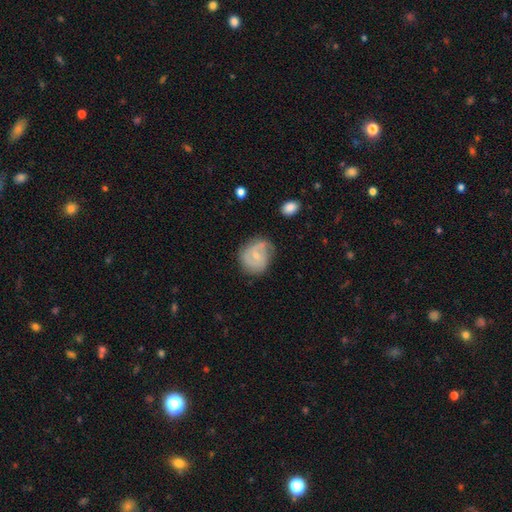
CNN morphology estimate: A featured or disk galaxy (64%) with no bar (50%), 2 (52%) tight (43%) spiral arms (84%) and a small central bulge (66%).

Vote fractions:
- Smooth or featured? featured or disk: 64% / smooth: 30% / star or artifact: 7%
- Edge-on disk? no: 98% / yes: 2%
- Bar? no: 50% / weak: 42% / strong: 8%
- Spiral arms? yes: 84% / no: 16%
- Spiral winding? tight: 43% / medium: 40% / loose: 17%
- Spiral arm count? 2: 52% / can't tell: 25% / 1: 10% / 3: 9% / 4: 2% / more than 4: 2%
- Bulge size? small: 66% / moderate: 29% / none: 3% / large: 1% / dominant: 1%
- Merging? none: 57% / minor disturbance: 29% / major disturbance: 12% / merger: 3%